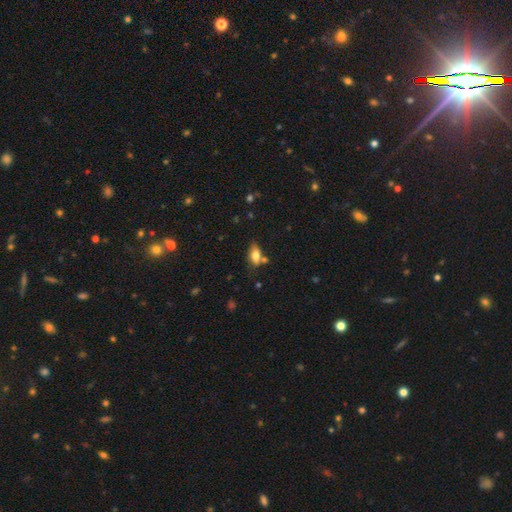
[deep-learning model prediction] A smooth galaxy with no disk features (73%) that is in between round and cigar-shaped (86%).

Vote fractions:
- Smooth or featured? smooth: 73% / featured or disk: 18% / star or artifact: 9%
- How rounded? in between: 86% / cigar-shaped: 8% / round: 6%
- Merging? none: 50% / minor disturbance: 22% / merger: 20% / major disturbance: 8%